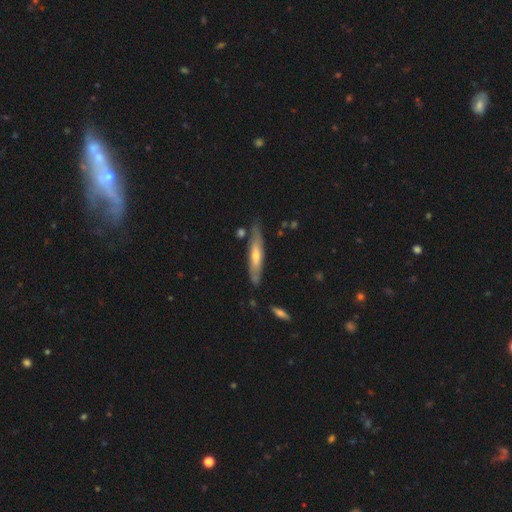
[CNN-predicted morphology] Smooth or featured? Predicted: featured or disk (p=0.55). Edge-on disk? Predicted: yes (p=0.71). Merging? Predicted: none (p=0.77).